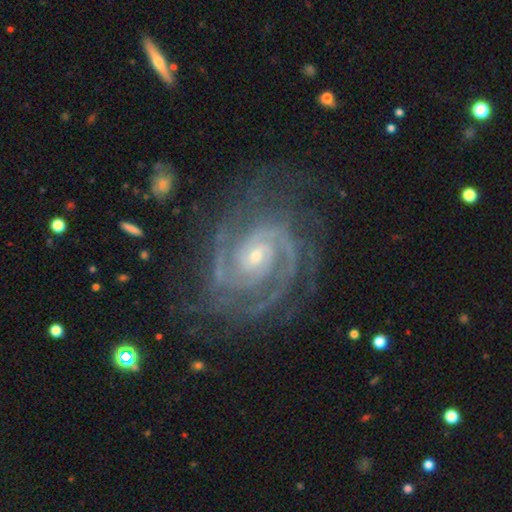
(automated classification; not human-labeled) smooth-or-featured: featured or disk: 92% | star or artifact: 5% | smooth: 3%
  disk-edge-on: no: 98% | yes: 2%
    bar: no: 58% | weak: 29% | strong: 13%
    has-spiral-arms: yes: 99% | no: 1%
      spiral-winding: tight: 73% | medium: 24% | loose: 3%
      spiral-arm-count: 2: 59% | 3: 17% | can't tell: 8% | 4: 6% | more than 4: 4% | 1: 4%
    bulge-size: small: 71% | moderate: 25% | none: 1% | large: 1% | dominant: 1%
  merging: none: 74% | minor disturbance: 17% | major disturbance: 7% | merger: 2%